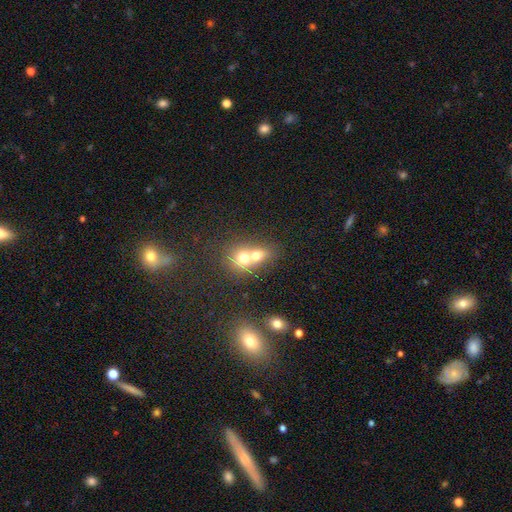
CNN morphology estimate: smooth_or_featured: smooth (p=0.67) [alt: featured or disk p=0.21]
how_rounded: round (p=0.65) [alt: in between p=0.33]
merging: merger (p=0.70) [alt: none p=0.22]